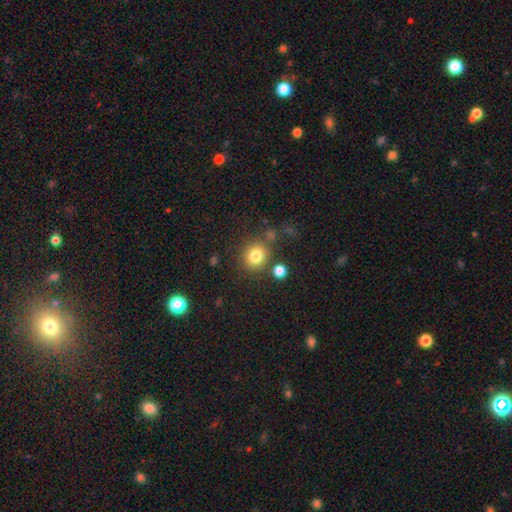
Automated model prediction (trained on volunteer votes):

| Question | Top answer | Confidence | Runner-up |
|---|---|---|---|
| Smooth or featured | smooth | 81% | star or artifact (12%) |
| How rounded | round | 84% | in between (15%) |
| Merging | none | 77% | minor disturbance (10%) |